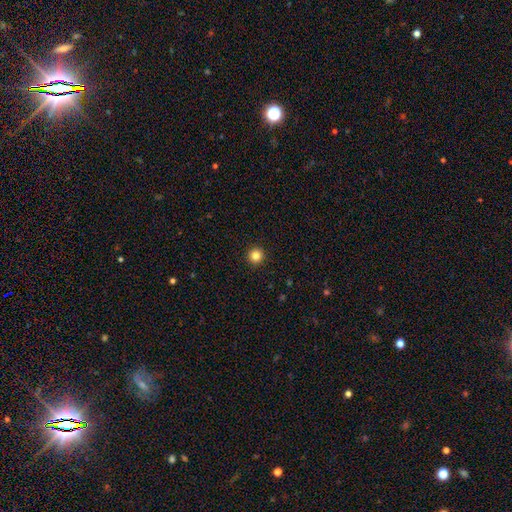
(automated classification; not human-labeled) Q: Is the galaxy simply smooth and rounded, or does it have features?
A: smooth — 84%.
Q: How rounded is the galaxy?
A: round — 96%.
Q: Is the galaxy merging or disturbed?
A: none — 94%.